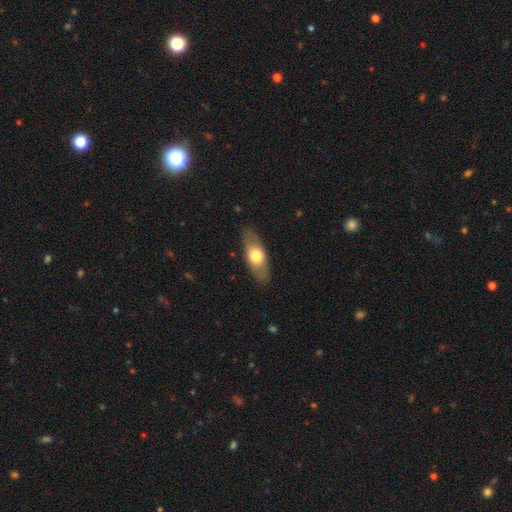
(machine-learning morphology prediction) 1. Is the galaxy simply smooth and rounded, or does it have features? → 60% smooth, 35% featured or disk, 6% star or artifact.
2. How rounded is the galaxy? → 73% in between, 22% cigar-shaped, 5% round.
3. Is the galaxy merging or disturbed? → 84% none, 12% minor disturbance, 3% major disturbance, 1% merger.